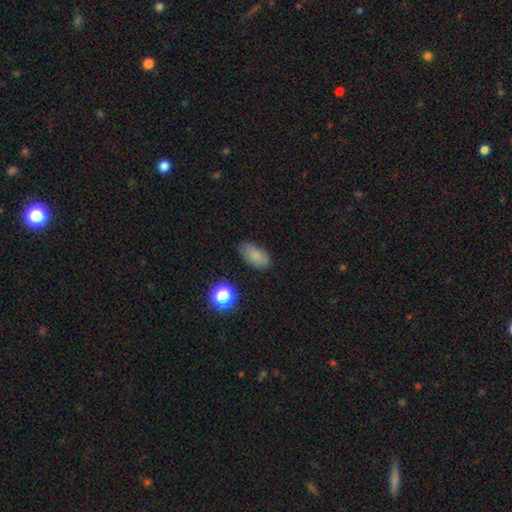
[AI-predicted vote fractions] Overall: smooth (79%). How rounded: in between (92%). Merging: none (81%).